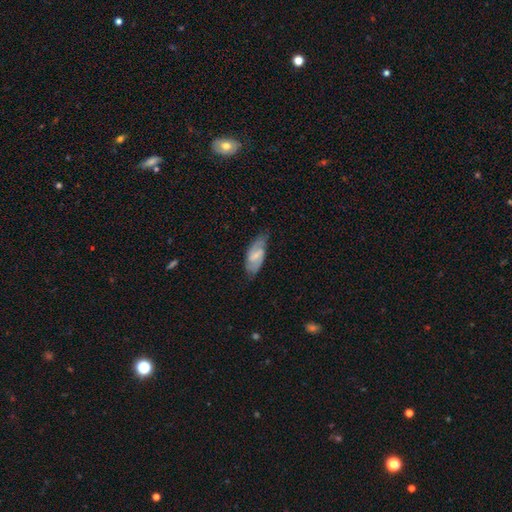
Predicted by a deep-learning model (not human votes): featured or disk 71%, smooth 23%, star or artifact 6%. Down the decision tree: edge-on disk — no (94%); bar — weak (48%); spiral arms — yes (91%); spiral arm count — 2 (87%); spiral winding — medium (47%); bulge size — small (53%); merging — none (75%).